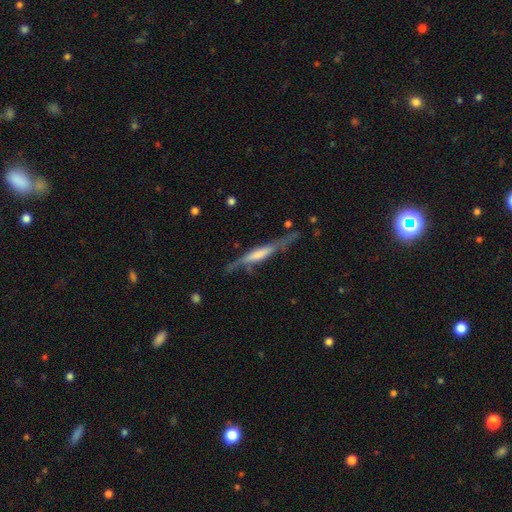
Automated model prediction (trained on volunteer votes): Overall: featured or disk (71%). Edge-on disk: yes (85%). Edge-on bulge: rounded (40%; boxy 33%). Merging: none (69%).